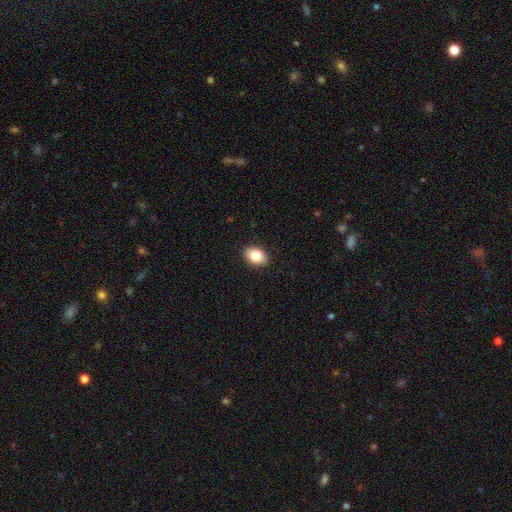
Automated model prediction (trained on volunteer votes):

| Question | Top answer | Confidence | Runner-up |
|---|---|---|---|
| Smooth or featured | smooth | 83% | featured or disk (9%) |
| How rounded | in between | 79% | round (20%) |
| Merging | none | 90% | minor disturbance (7%) |